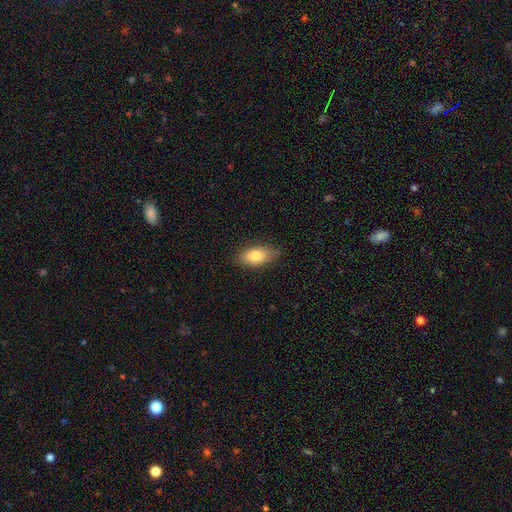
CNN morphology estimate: The model was most divided on "smooth or featured": smooth: 79%, featured or disk: 13%, star or artifact: 7%. More confident: how rounded — in between (90%); merging — none (81%).